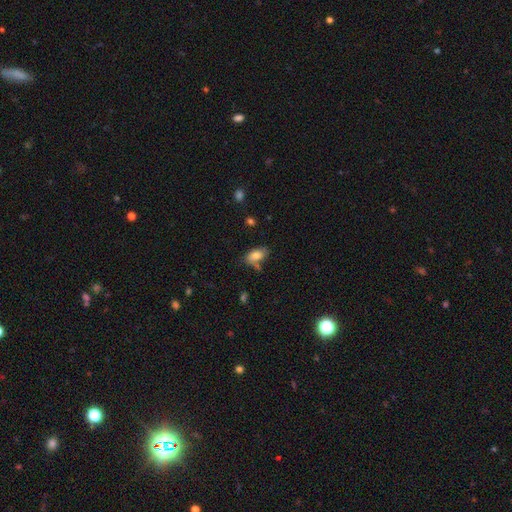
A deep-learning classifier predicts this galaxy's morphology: A smooth galaxy with no disk features (79%) that is in between round and cigar-shaped (91%). Merging: none (59%).